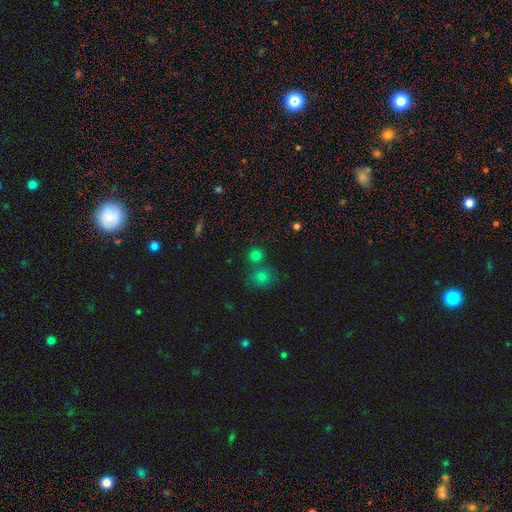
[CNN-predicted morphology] Smooth or featured? Predicted: smooth (p=0.76). How rounded? Predicted: round (p=0.88). Merging? Predicted: none (p=0.61).